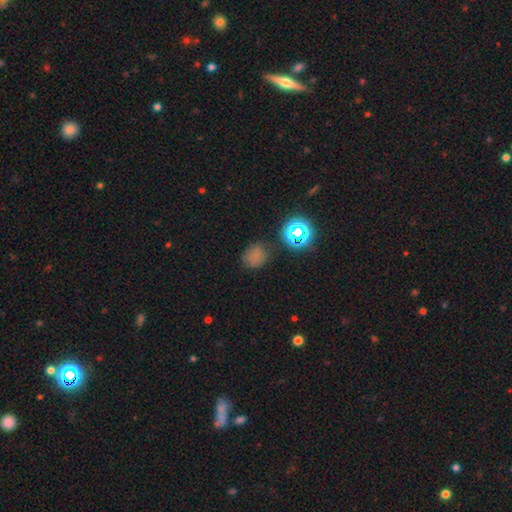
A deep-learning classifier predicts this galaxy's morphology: This appears to be a smooth galaxy with no disk features (65%) that is round (64%). Merging: none (73%).